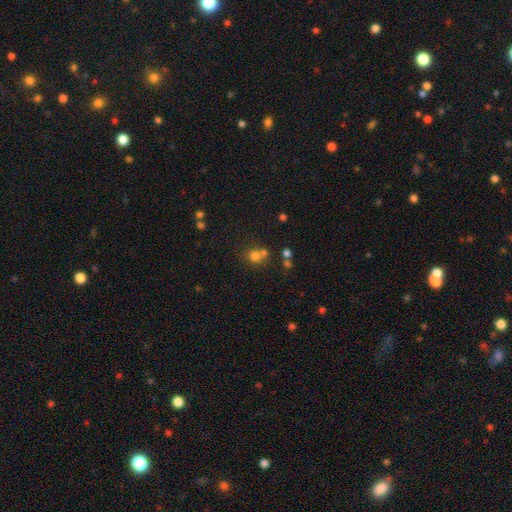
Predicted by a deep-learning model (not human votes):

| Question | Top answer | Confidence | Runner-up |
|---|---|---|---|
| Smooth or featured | smooth | 72% | star or artifact (17%) |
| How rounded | round | 81% | in between (18%) |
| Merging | none | 50% | merger (36%) |